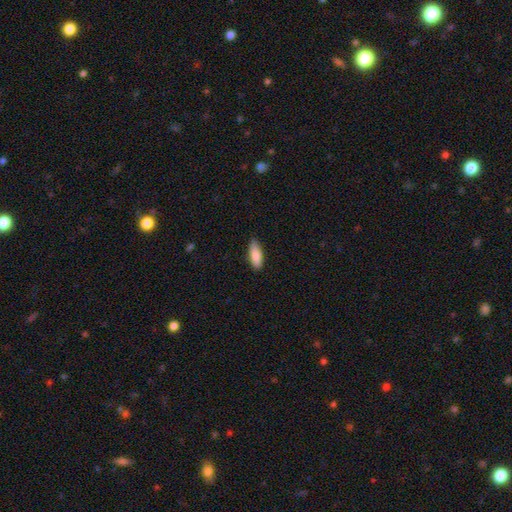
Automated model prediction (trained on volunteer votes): A smooth galaxy with no disk features (86%) that is in between round and cigar-shaped (69%). Merging: none (84%).